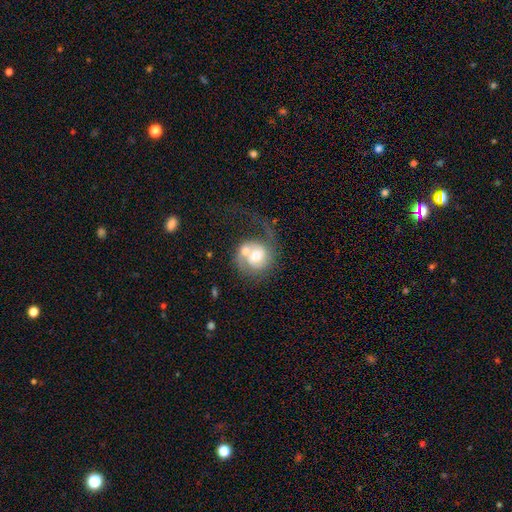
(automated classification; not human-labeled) Overall: featured or disk (69%). Edge-on disk: no (98%). Bar: no (67%). Spiral arms: yes (85%). Spiral arm count: 2 (52%; 1 33%). Spiral winding: medium (38%; loose 33%). Bulge size: moderate (67%). Merging: merger (36%; major disturbance 26%).